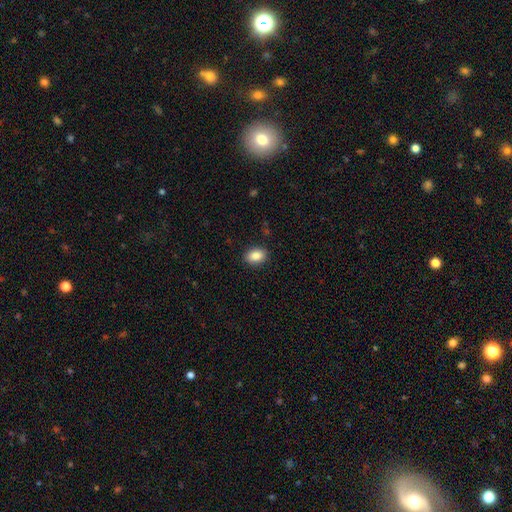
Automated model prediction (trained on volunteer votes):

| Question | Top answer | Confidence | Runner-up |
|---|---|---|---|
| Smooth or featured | smooth | 87% | star or artifact (8%) |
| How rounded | in between | 79% | round (20%) |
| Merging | none | 89% | minor disturbance (8%) |